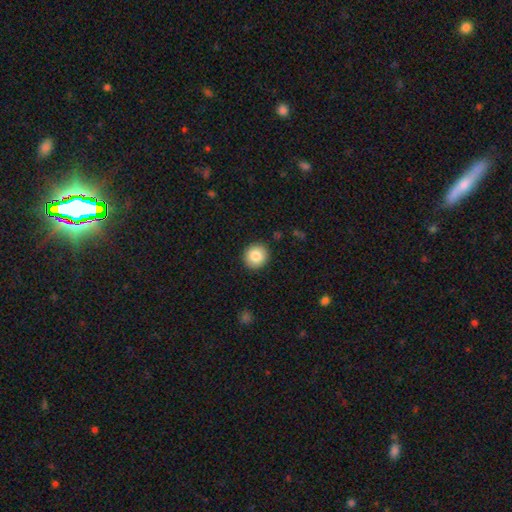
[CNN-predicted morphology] A smooth galaxy with no disk features (84%) that is round (91%).

Vote fractions:
- Smooth or featured? smooth: 84% / star or artifact: 9% / featured or disk: 8%
- How rounded? round: 91% / in between: 8% / cigar-shaped: 1%
- Merging? none: 91% / minor disturbance: 6% / major disturbance: 2% / merger: 1%